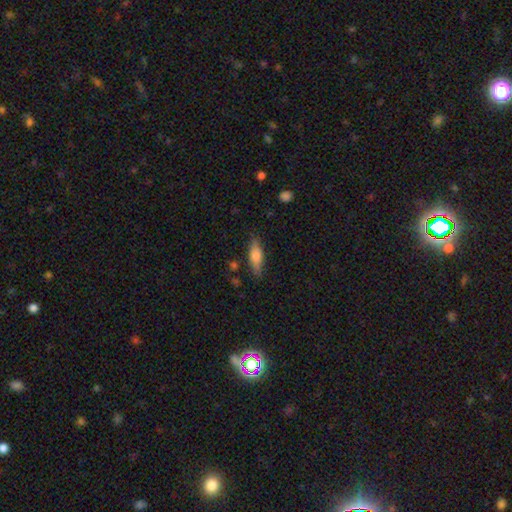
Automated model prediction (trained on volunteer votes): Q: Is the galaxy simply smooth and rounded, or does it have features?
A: smooth — 69%.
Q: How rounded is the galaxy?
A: in between — 49%.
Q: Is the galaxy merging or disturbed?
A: none — 81%.